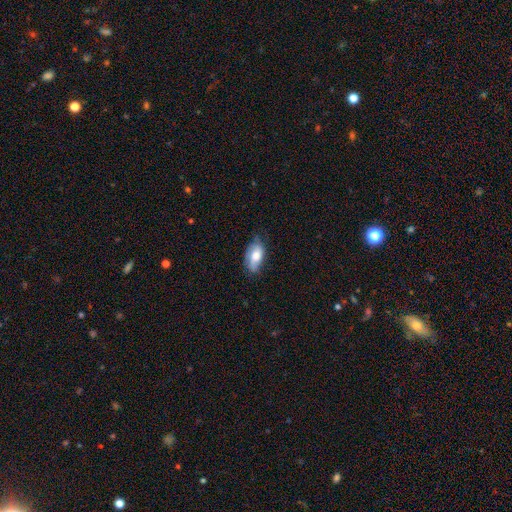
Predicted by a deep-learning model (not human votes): This appears to be a smooth galaxy with no disk features (57%) that is in between round and cigar-shaped (91%). Merging: none (59%).